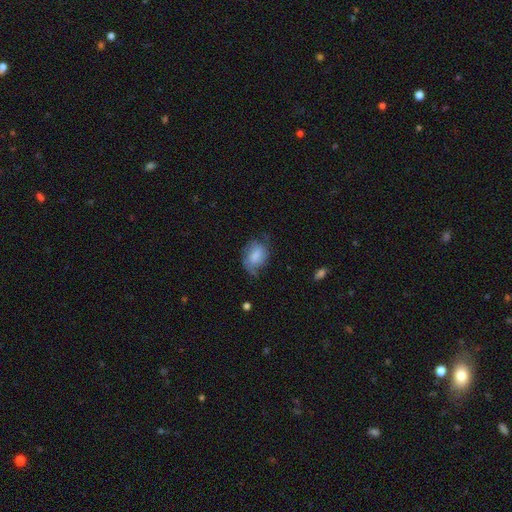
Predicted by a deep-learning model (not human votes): Smooth or featured: smooth — 66% (featured or disk — 26%)
How rounded: in between — 79% (round — 19%)
Merging: none — 44% (minor disturbance — 35%)